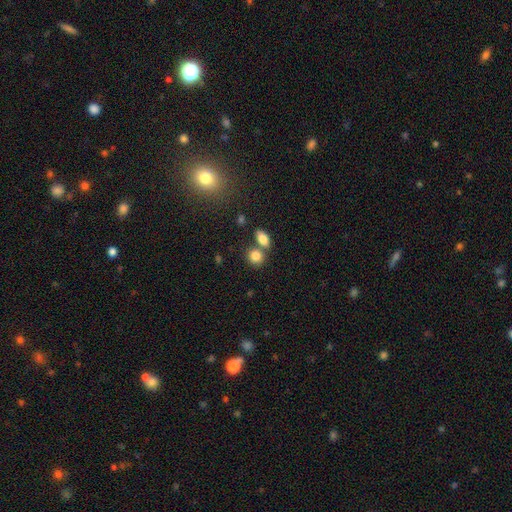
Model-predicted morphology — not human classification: A smooth galaxy with no disk features (83%) that is round (63%).

Vote fractions:
- Smooth or featured? smooth: 83% / star or artifact: 10% / featured or disk: 7%
- How rounded? round: 63% / in between: 36% / cigar-shaped: 2%
- Merging? none: 53% / merger: 34% / minor disturbance: 9% / major disturbance: 3%